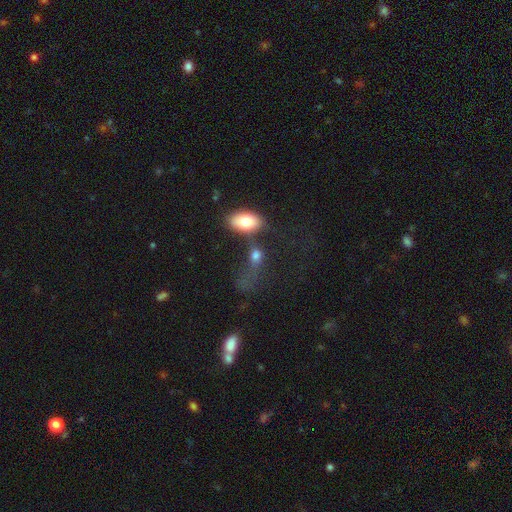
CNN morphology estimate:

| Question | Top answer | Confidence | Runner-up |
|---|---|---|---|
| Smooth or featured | smooth | 75% | featured or disk (15%) |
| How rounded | in between | 73% | round (22%) |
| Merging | merger | 36% | major disturbance (27%) |